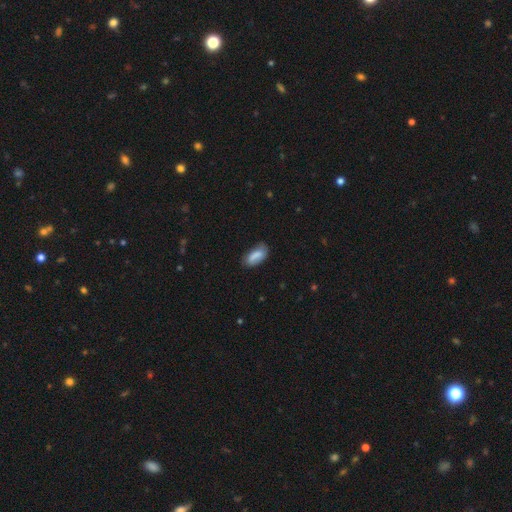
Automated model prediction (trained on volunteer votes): smooth_or_featured: smooth (p=0.80) [alt: featured or disk p=0.13]
how_rounded: in between (p=0.89) [alt: cigar-shaped p=0.09]
merging: none (p=0.66) [alt: minor disturbance p=0.26]